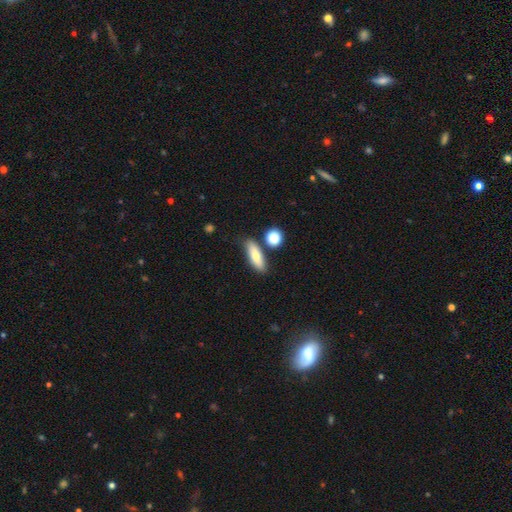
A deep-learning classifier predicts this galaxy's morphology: smooth_or_featured: smooth (p=0.73) [alt: featured or disk p=0.21]
how_rounded: in between (p=0.55) [alt: cigar-shaped p=0.40]
merging: none (p=0.72) [alt: merger p=0.12]